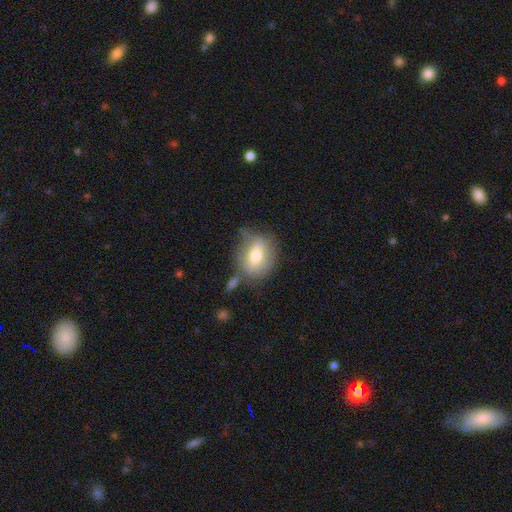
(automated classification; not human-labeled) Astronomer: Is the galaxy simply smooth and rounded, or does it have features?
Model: smooth — 65%.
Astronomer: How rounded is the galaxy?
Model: in between — 52% (runner-up: round, 46%).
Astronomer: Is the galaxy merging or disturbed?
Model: none — 54%.